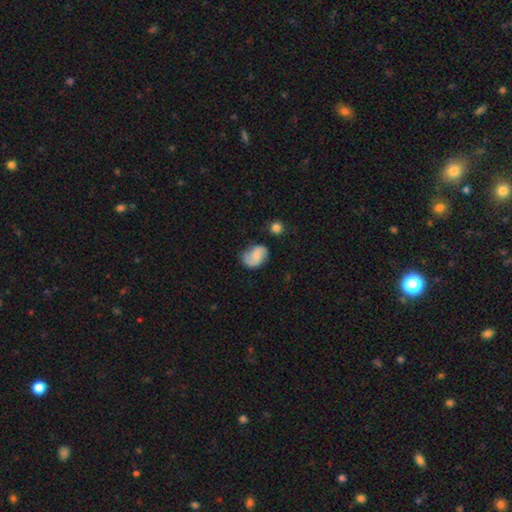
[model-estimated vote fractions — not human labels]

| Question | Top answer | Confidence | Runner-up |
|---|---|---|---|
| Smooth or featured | smooth | 48% | featured or disk (44%) |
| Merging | none | 64% | minor disturbance (25%) |